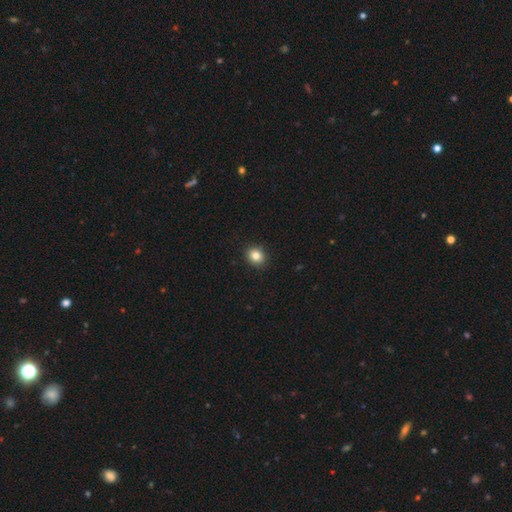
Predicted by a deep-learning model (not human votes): Overall: smooth (83%). How rounded: round (69%; in between 30%). Merging: none (90%).